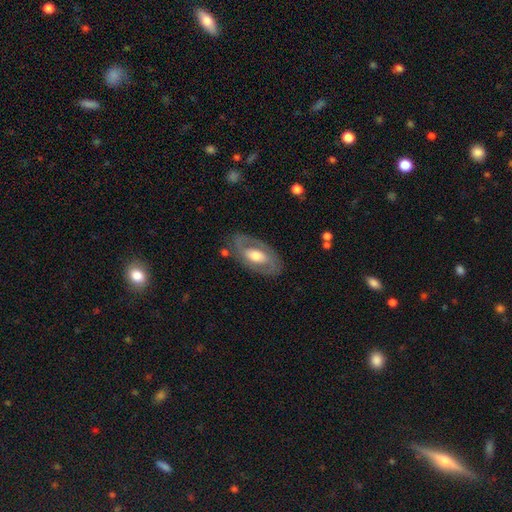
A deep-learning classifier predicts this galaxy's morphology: smooth_or_featured: featured or disk (p=0.65) [alt: smooth p=0.30]
disk_edge_on: no (p=0.90) [alt: yes p=0.10]
bar: no (p=0.51) [alt: weak p=0.30]
has_spiral_arms: no (p=0.52) [alt: yes p=0.48]
bulge_size: moderate (p=0.58) [alt: large p=0.27]
merging: none (p=0.76) [alt: minor disturbance p=0.15]